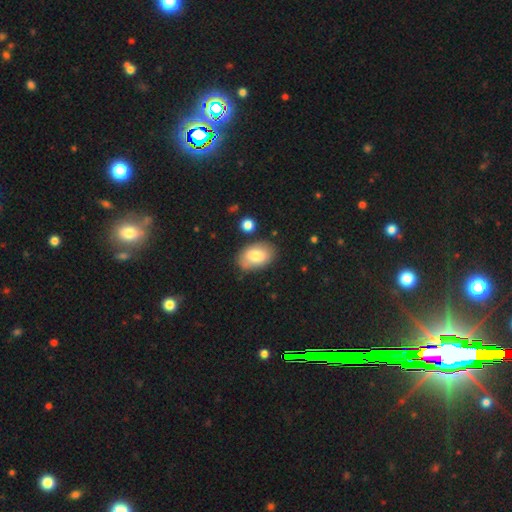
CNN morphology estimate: Q: Smooth or featured?
A: smooth (76%); runner-up: featured or disk (17%)
Q: How rounded?
A: in between (90%); runner-up: round (8%)
Q: Merging?
A: none (77%); runner-up: minor disturbance (15%)